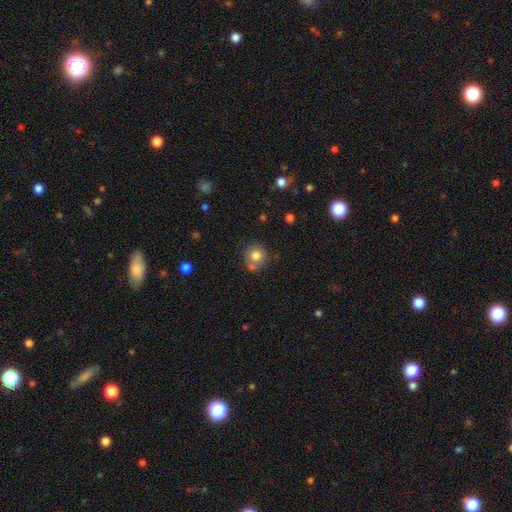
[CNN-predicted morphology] This is likely a smooth galaxy (78%). How rounded: clearly round (87%). Merging: likely none (62%).